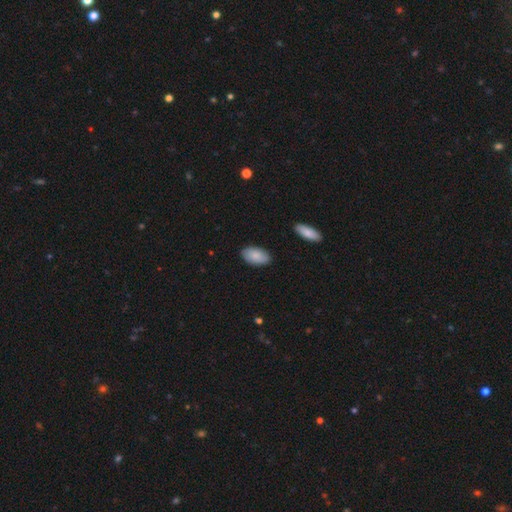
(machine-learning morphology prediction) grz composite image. It shows a smooth galaxy with no disk features (85%) that is in between round and cigar-shaped (95%). Merging: none (87%).